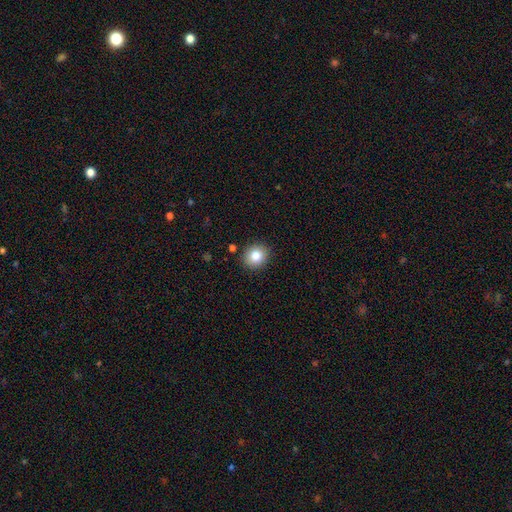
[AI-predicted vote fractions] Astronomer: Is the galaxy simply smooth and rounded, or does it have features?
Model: smooth — 84%.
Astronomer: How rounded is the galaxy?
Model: round — 73%.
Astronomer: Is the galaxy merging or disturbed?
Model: none — 89%.